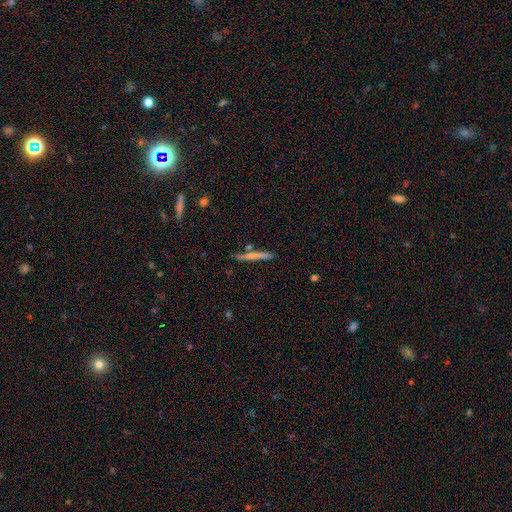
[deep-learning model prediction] A smooth galaxy with no disk features (46%, tied with featured or disk). Merging: none (84%).